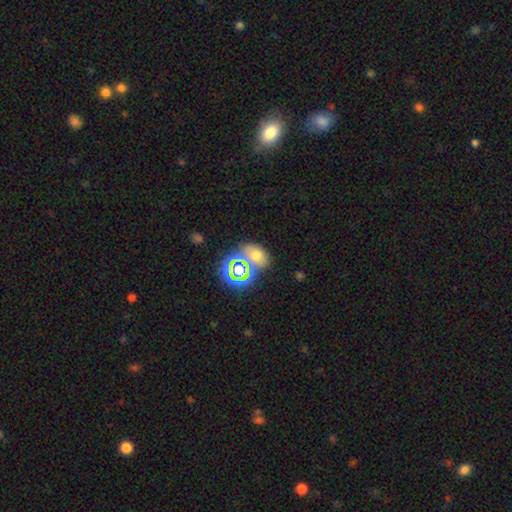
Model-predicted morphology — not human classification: This appears to be a smooth galaxy with no disk features (54%) that is in between round and cigar-shaped (62%). Merging: none (56%).